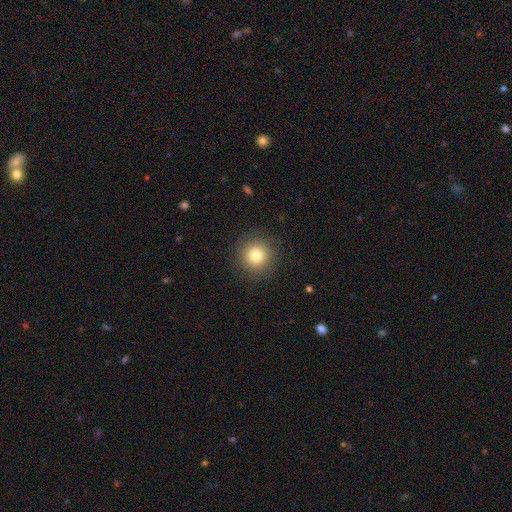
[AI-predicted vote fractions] A smooth galaxy with no disk features (80%) that is round (94%). Merging: none (90%).